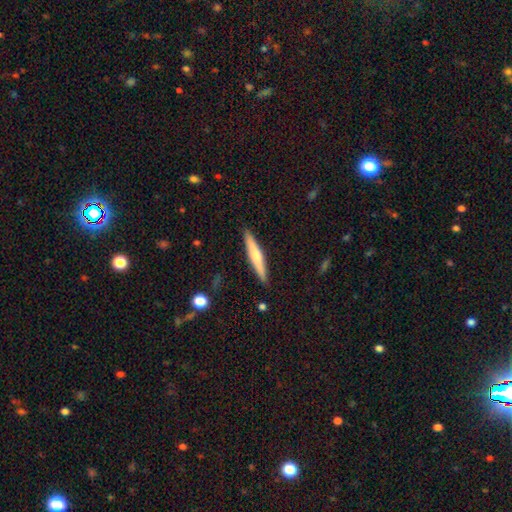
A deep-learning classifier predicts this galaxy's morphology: Smooth or featured: smooth — 50% (featured or disk — 45%)
Merging: none — 90% (minor disturbance — 7%)